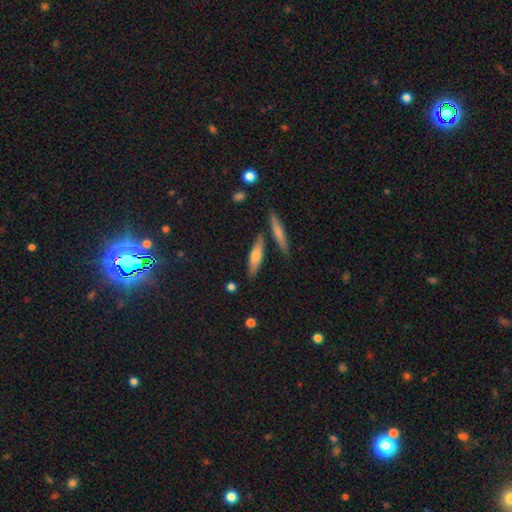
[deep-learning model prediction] Overall: smooth (60%; featured or disk 34%). How rounded: cigar-shaped (70%). Merging: none (76%).